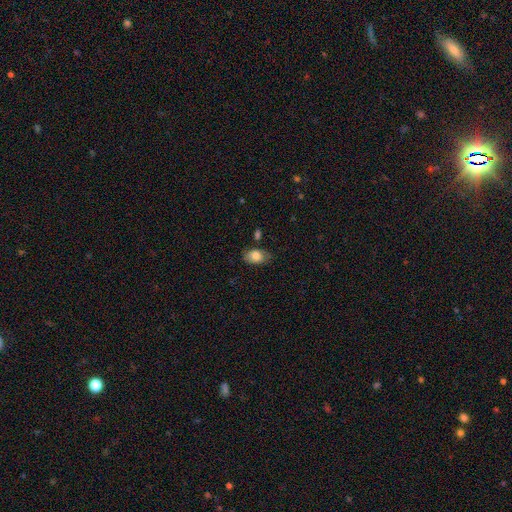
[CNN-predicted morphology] A smooth galaxy with no disk features (79%) that is in between round and cigar-shaped (89%).

Vote fractions:
- Smooth or featured? smooth: 79% / featured or disk: 14% / star or artifact: 7%
- How rounded? in between: 89% / round: 9% / cigar-shaped: 1%
- Merging? none: 70% / minor disturbance: 21% / major disturbance: 5% / merger: 4%